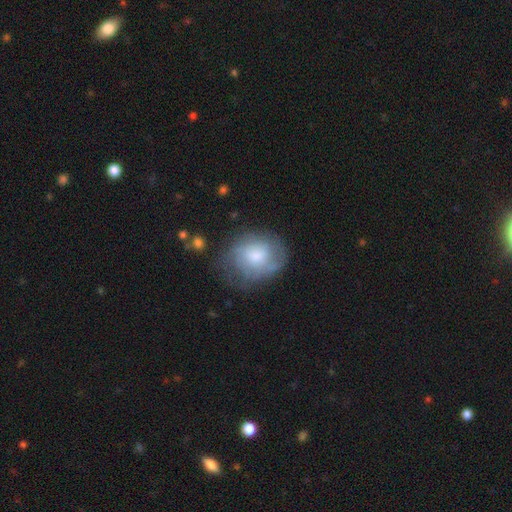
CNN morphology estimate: Smooth or featured?
  - smooth: 49% *
  - featured or disk: 42%
  - star or artifact: 8%
Merging?
  - none: 61% *
  - minor disturbance: 25%
  - major disturbance: 12%
  - merger: 2%